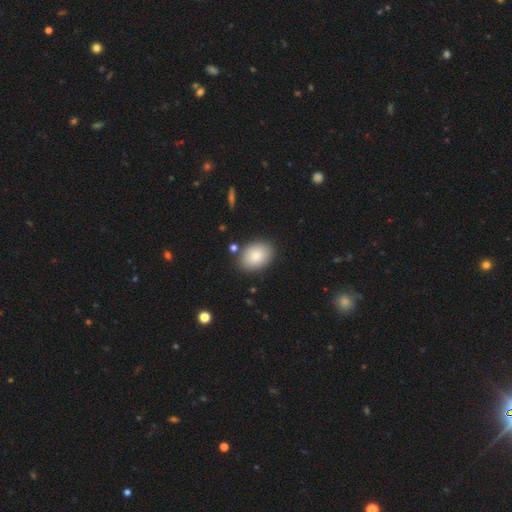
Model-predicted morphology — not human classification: Q: Smooth or featured?
A: smooth (82%); runner-up: featured or disk (10%)
Q: How rounded?
A: in between (76%); runner-up: round (23%)
Q: Merging?
A: none (84%); runner-up: minor disturbance (10%)